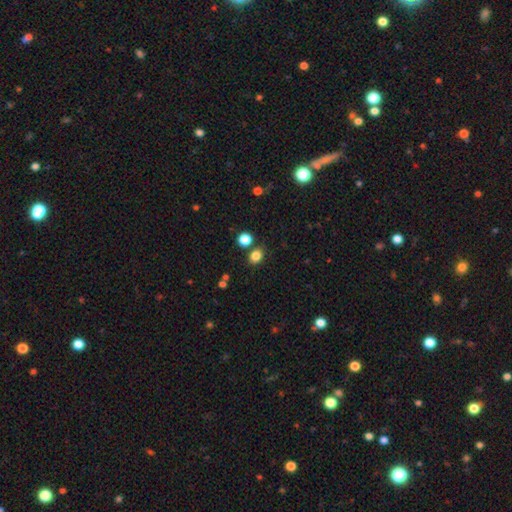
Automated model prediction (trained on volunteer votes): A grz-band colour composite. It shows a smooth galaxy with no disk features (83%) that is in between round and cigar-shaped (50%). Merging: none (77%).